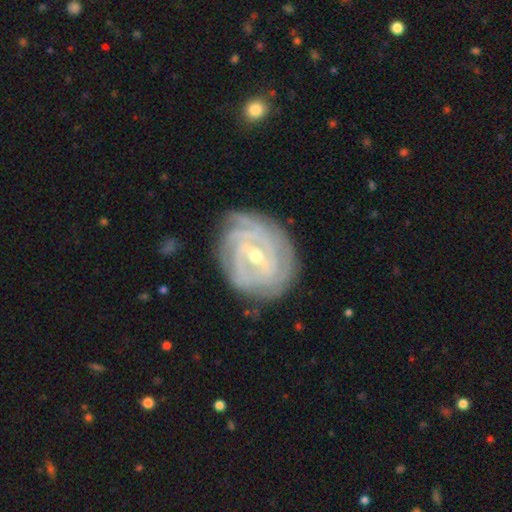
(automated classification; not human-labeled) A featured or disk galaxy (89%) with a weak bar (49%), tight (81%) spiral arms (97%) and a small central bulge (52%).

Vote fractions:
- Smooth or featured? featured or disk: 89% / smooth: 6% / star or artifact: 5%
- Edge-on disk? no: 97% / yes: 3%
- Bar? weak: 49% / strong: 32% / no: 19%
- Spiral arms? yes: 97% / no: 3%
- Spiral winding? tight: 81% / medium: 16% / loose: 3%
- Spiral arm count? can't tell: 26% / 4: 25% / 3: 22% / 2: 13% / more than 4: 8% / 1: 6%
- Bulge size? small: 52% / moderate: 45% / large: 1% / none: 1% / dominant: 1%
- Merging? none: 79% / minor disturbance: 15% / major disturbance: 4% / merger: 1%